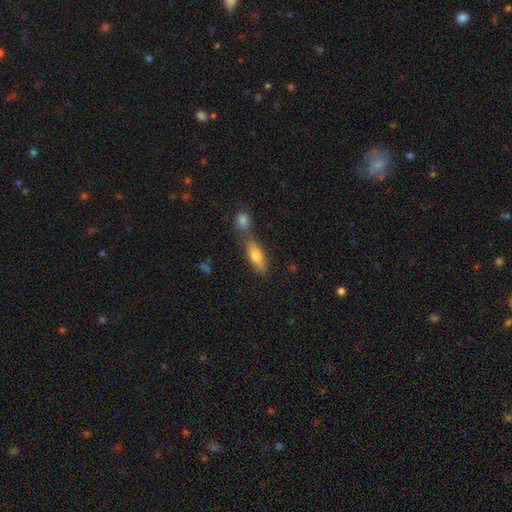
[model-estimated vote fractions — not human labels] Smooth or featured: smooth — 75% (featured or disk — 17%)
How rounded: in between — 66% (cigar-shaped — 31%)
Merging: none — 52% (merger — 32%)